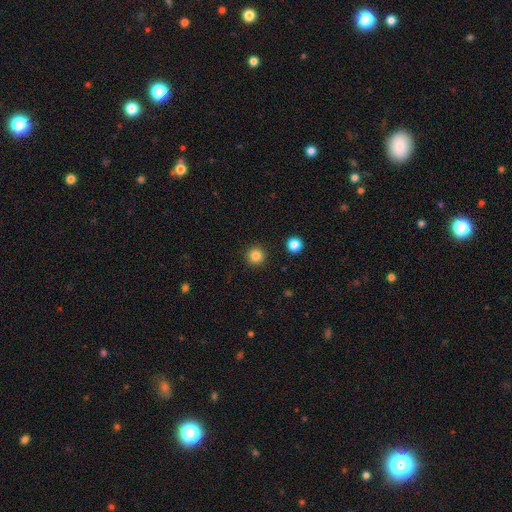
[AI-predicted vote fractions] This is clearly a smooth galaxy (84%). How rounded: clearly round (96%). Merging: clearly none (92%).